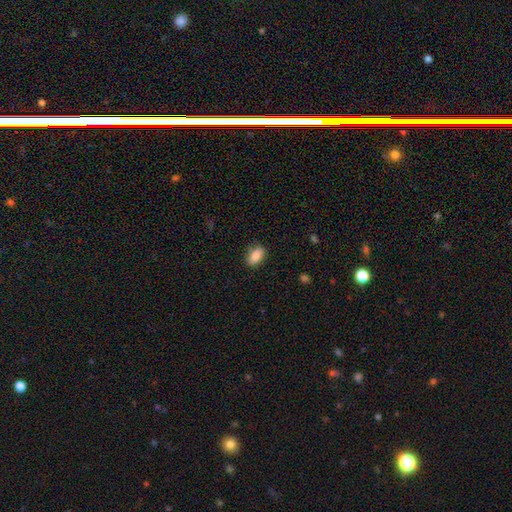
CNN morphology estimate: A smooth galaxy with no disk features (86%) that is in between round and cigar-shaped (89%).

Vote fractions:
- Smooth or featured? smooth: 86% / star or artifact: 7% / featured or disk: 7%
- How rounded? in between: 89% / round: 6% / cigar-shaped: 5%
- Merging? none: 83% / minor disturbance: 13% / major disturbance: 3% / merger: 1%